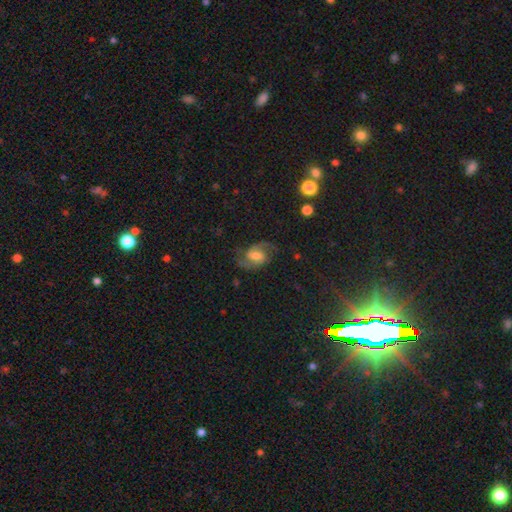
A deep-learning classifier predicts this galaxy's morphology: Q: Smooth or featured?
A: featured or disk (79%); runner-up: smooth (12%)
Q: Edge-on disk?
A: no (97%); runner-up: yes (3%)
Q: Bar?
A: weak (53%); runner-up: no (31%)
Q: Spiral arms?
A: yes (95%); runner-up: no (5%)
Q: Spiral winding?
A: medium (56%); runner-up: loose (28%)
Q: Spiral arm count?
A: 2 (92%); runner-up: can't tell (3%)
Q: Bulge size?
A: moderate (55%); runner-up: small (21%)
Q: Merging?
A: none (75%); runner-up: minor disturbance (15%)